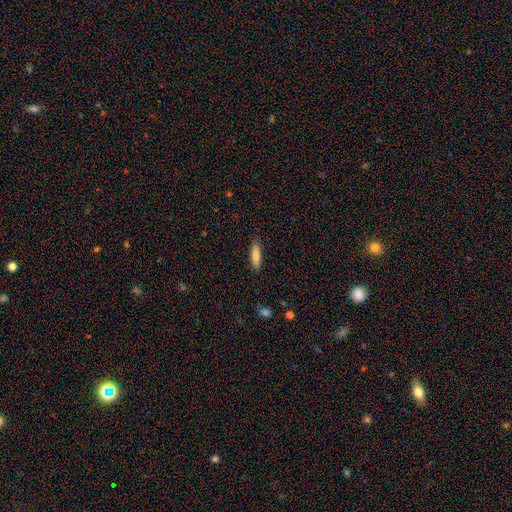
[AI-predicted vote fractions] A smooth galaxy with no disk features (81%) that is cigar-shaped (65%).

Vote fractions:
- Smooth or featured? smooth: 81% / featured or disk: 13% / star or artifact: 6%
- How rounded? cigar-shaped: 65% / in between: 33% / round: 2%
- Merging? none: 86% / minor disturbance: 10% / major disturbance: 2% / merger: 1%